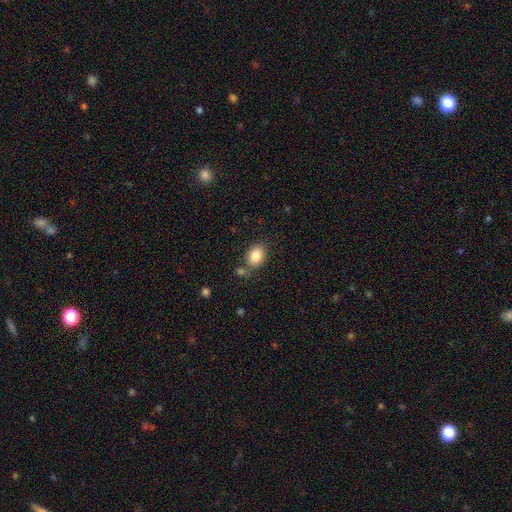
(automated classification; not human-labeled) smooth 85%, star or artifact 8%, featured or disk 7%. Down the decision tree: how rounded — in between (71%); merging — none (70%).